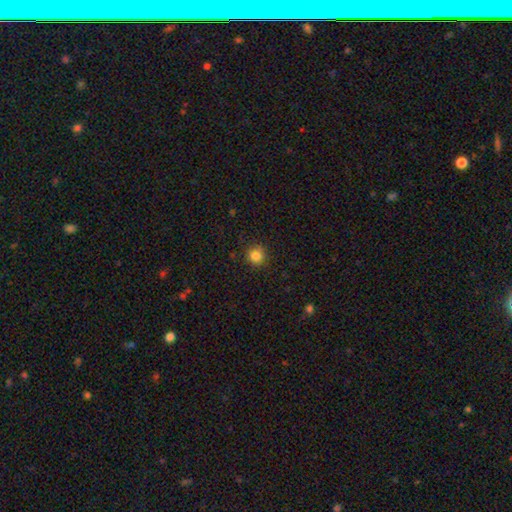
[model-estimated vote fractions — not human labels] This appears to be a smooth galaxy with no disk features (84%) that is round (93%). Merging: none (88%).